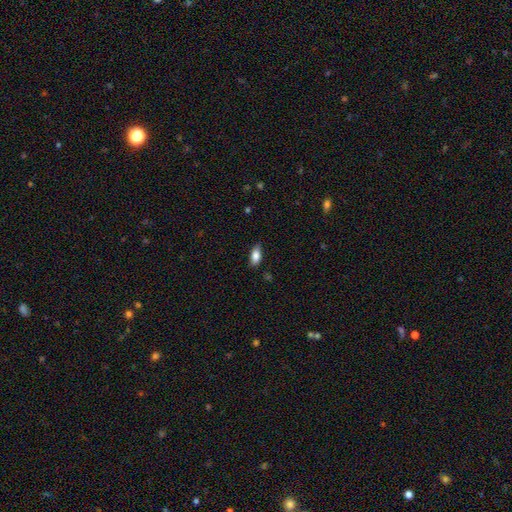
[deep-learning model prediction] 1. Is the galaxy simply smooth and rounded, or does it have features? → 82% smooth, 11% featured or disk, 7% star or artifact.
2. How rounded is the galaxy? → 87% in between, 9% cigar-shaped, 4% round.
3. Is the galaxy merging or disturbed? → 80% none, 16% minor disturbance, 3% major disturbance, 1% merger.